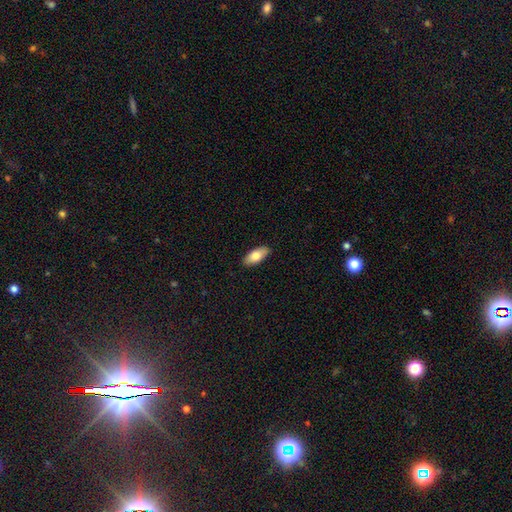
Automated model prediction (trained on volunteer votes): smooth_or_featured: smooth (p=0.78) [alt: featured or disk p=0.16]
how_rounded: in between (p=0.87) [alt: cigar-shaped p=0.11]
merging: none (p=0.89) [alt: minor disturbance p=0.08]